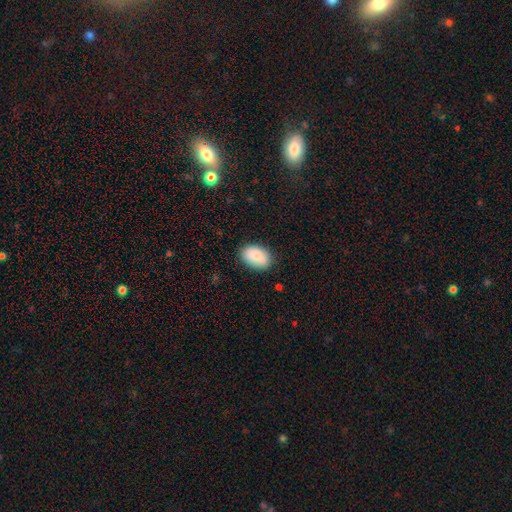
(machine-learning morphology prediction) Smooth or featured? Predicted: smooth (p=0.83). How rounded? Predicted: in between (p=0.87). Merging? Predicted: none (p=0.79).